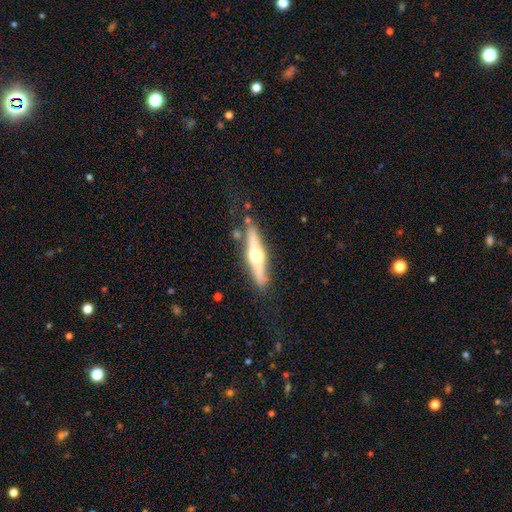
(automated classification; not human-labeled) The model was most divided on "smooth or featured": featured or disk: 68%, smooth: 26%, star or artifact: 6%. More confident: edge-on disk — yes (95%); edge-on bulge — rounded (94%); merging — none (82%).